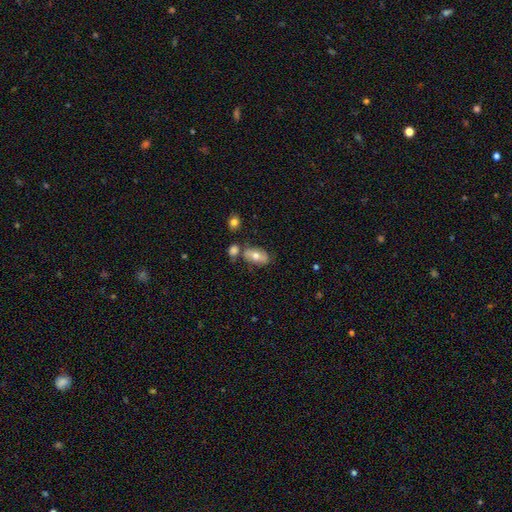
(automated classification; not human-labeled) smooth-or-featured: smooth: 57% | featured or disk: 35% | star or artifact: 8%
  how-rounded: in between: 88% | round: 8% | cigar-shaped: 4%
  merging: none: 60% | merger: 18% | minor disturbance: 17% | major disturbance: 5%